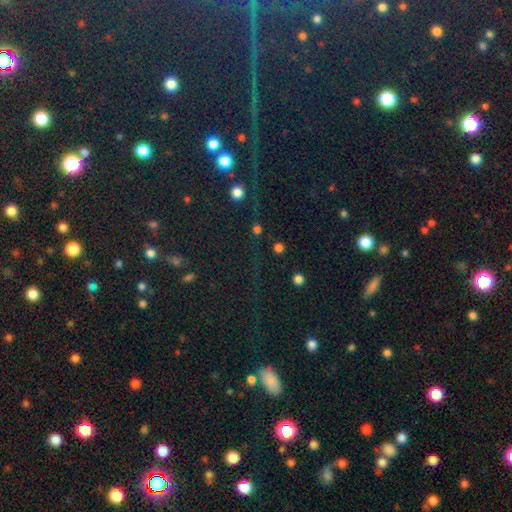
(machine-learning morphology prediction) This appears to be a star or artifact, not a galaxy (75%).